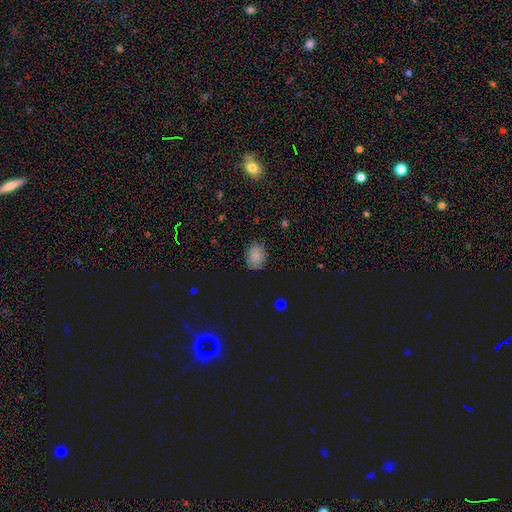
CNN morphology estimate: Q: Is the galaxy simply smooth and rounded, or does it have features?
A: smooth — 82%.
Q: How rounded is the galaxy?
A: in between — 60%.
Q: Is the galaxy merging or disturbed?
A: none — 81%.